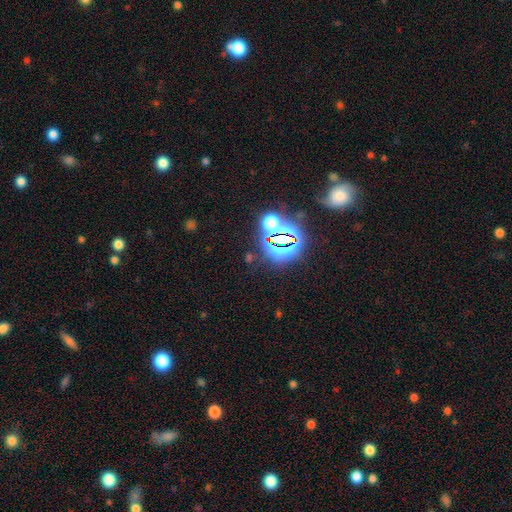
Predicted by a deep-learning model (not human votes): Smooth or featured? Predicted: star or artifact (p=0.77).